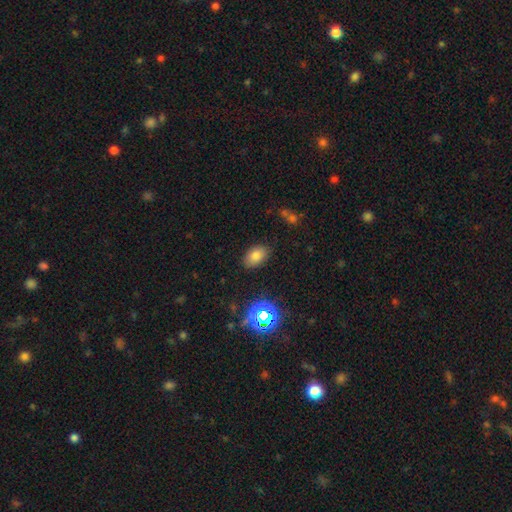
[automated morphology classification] Smooth or featured: smooth — 77% (star or artifact — 14%)
How rounded: in between — 87% (round — 12%)
Merging: none — 85% (minor disturbance — 11%)